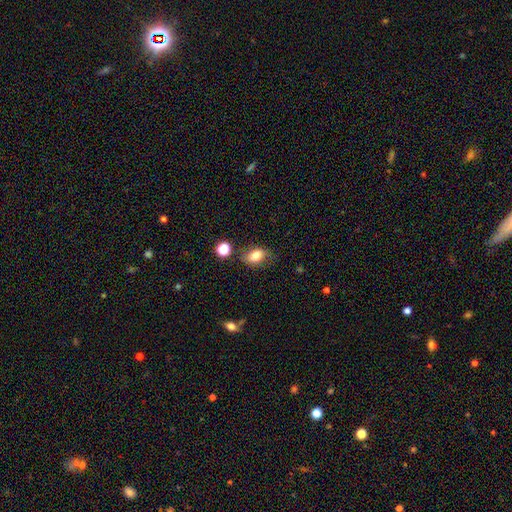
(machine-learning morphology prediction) Overall: smooth (76%). How rounded: in between (77%). Merging: none (74%).